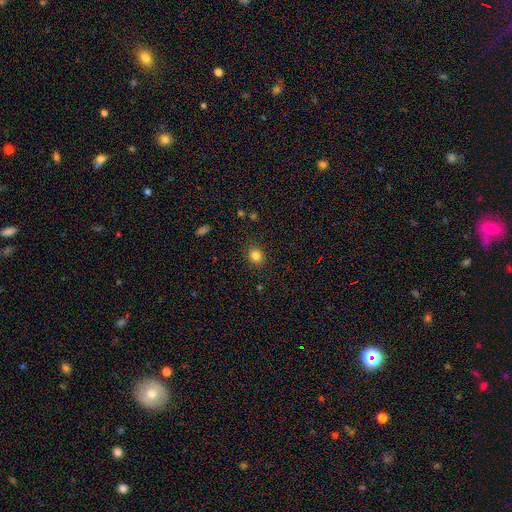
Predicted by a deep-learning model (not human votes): This appears to be a smooth galaxy with no disk features (83%) that is round (77%). Merging: none (88%).